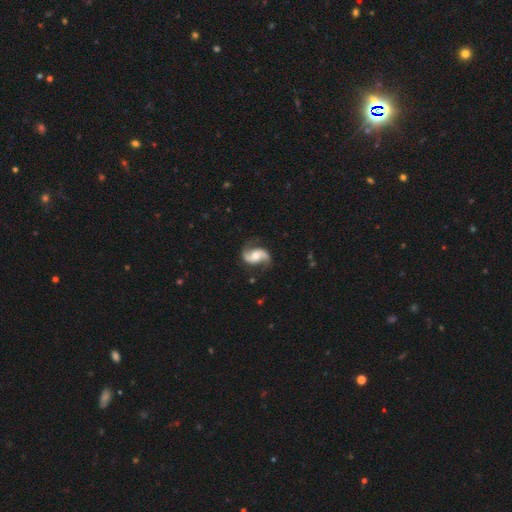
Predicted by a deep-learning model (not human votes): This appears to be a featured or disk galaxy (89%) with no bar (55%), 2 (94%) loose (53%) spiral arms (97%) and a moderate central bulge (65%). Merging: none (78%).